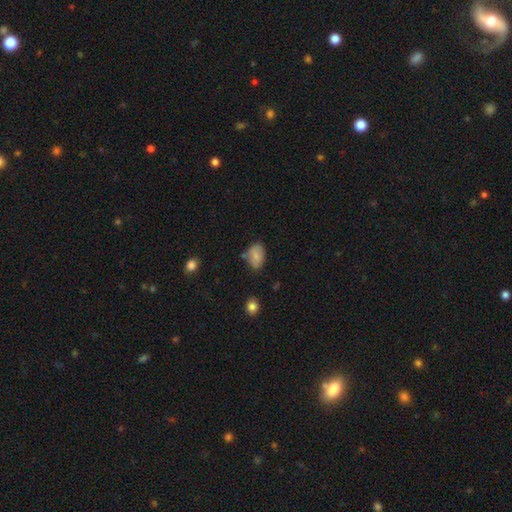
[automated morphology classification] A smooth galaxy with no disk features (78%) that is in between round and cigar-shaped (85%). Merging: none (57%).